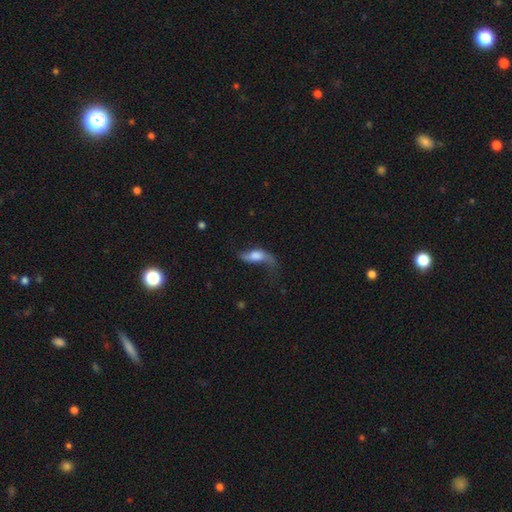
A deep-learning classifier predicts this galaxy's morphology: Smooth or featured: featured or disk — 57% (smooth — 35%)
Edge-on disk: no — 80% (yes — 20%)
Merging: none — 43% (major disturbance — 29%)